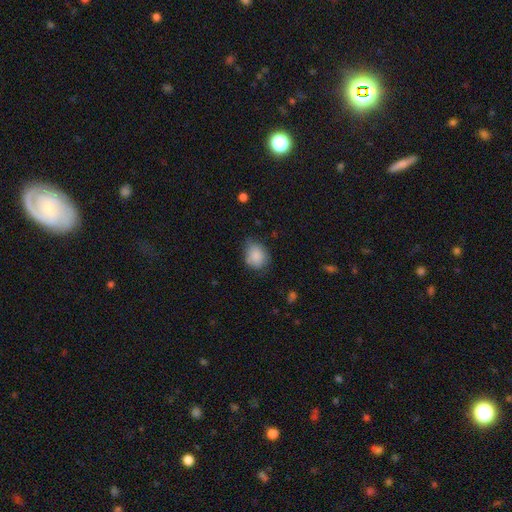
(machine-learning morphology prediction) Smooth or featured? smooth (85%)
How rounded? round (50%)
Merging? none (60%)